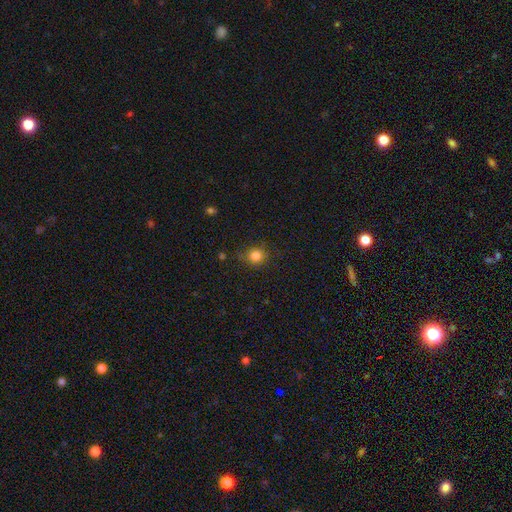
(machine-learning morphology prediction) Smooth or featured?
  - smooth: 83% *
  - star or artifact: 12%
  - featured or disk: 5%
How rounded?
  - round: 89% *
  - in between: 10%
  - cigar-shaped: 1%
Merging?
  - none: 82% *
  - minor disturbance: 13%
  - major disturbance: 3%
  - merger: 2%